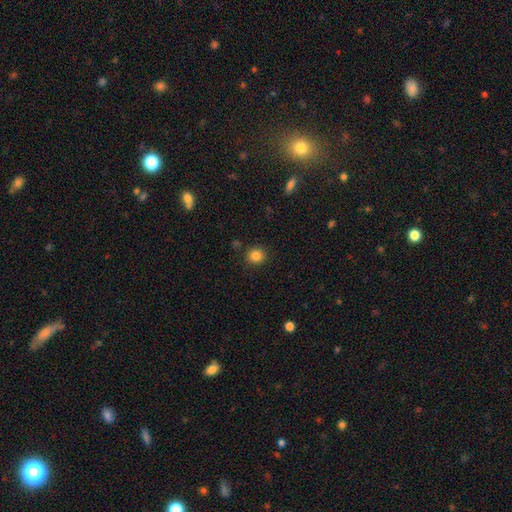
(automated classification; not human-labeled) Morphology: type=smooth (84%); roundness=round (91%); merging=none (89%).